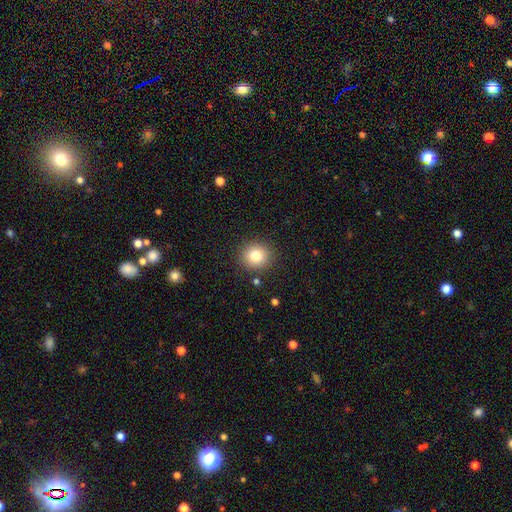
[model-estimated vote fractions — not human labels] A smooth galaxy with no disk features (80%) that is round (90%).

Vote fractions:
- Smooth or featured? smooth: 80% / star or artifact: 12% / featured or disk: 9%
- How rounded? round: 90% / in between: 9% / cigar-shaped: 1%
- Merging? none: 89% / minor disturbance: 6% / major disturbance: 2% / merger: 2%